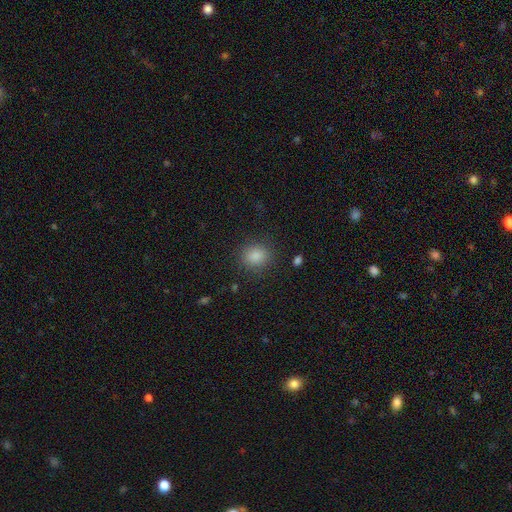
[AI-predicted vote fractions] Overall: smooth (85%). How rounded: round (71%). Merging: none (85%).